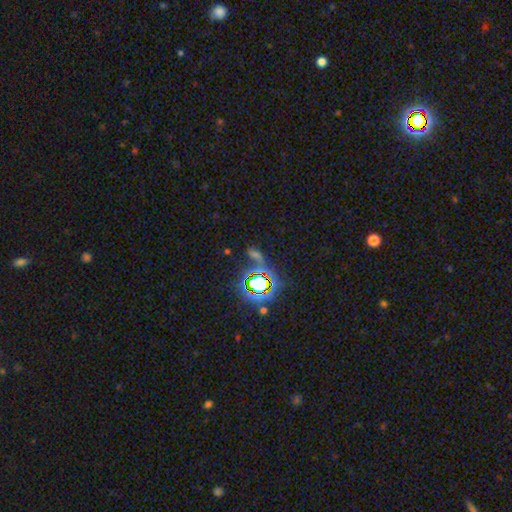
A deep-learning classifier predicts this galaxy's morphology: Smooth or featured?
  - star or artifact: 66% *
  - smooth: 22%
  - featured or disk: 12%